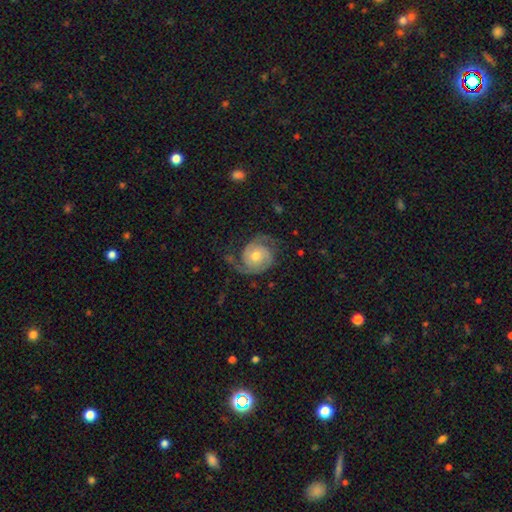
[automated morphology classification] Smooth or featured: featured or disk — 86% (smooth — 9%)
Edge-on disk: no — 98% (yes — 2%)
Bar: no — 72% (weak — 24%)
Spiral arms: yes — 97% (no — 3%)
Spiral winding: medium — 42% (tight — 36%)
Spiral arm count: 2 — 87% (can't tell — 4%)
Bulge size: moderate — 68% (small — 23%)
Merging: none — 68% (minor disturbance — 17%)